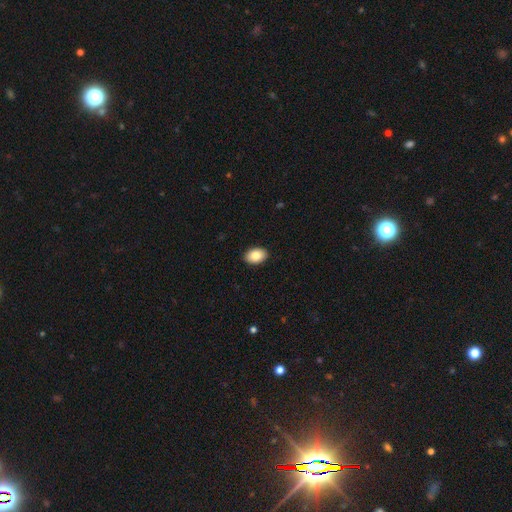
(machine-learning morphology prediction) Smooth or featured: smooth — 85% (featured or disk — 8%)
How rounded: in between — 86% (round — 13%)
Merging: none — 91% (minor disturbance — 7%)